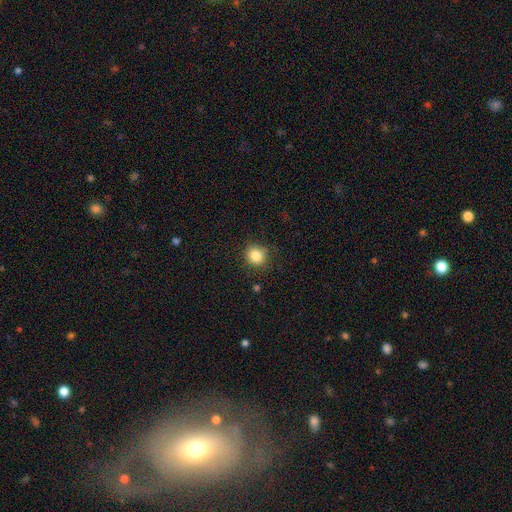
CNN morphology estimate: Q: Smooth or featured?
A: smooth (85%); runner-up: star or artifact (10%)
Q: How rounded?
A: round (86%); runner-up: in between (13%)
Q: Merging?
A: none (86%); runner-up: minor disturbance (10%)